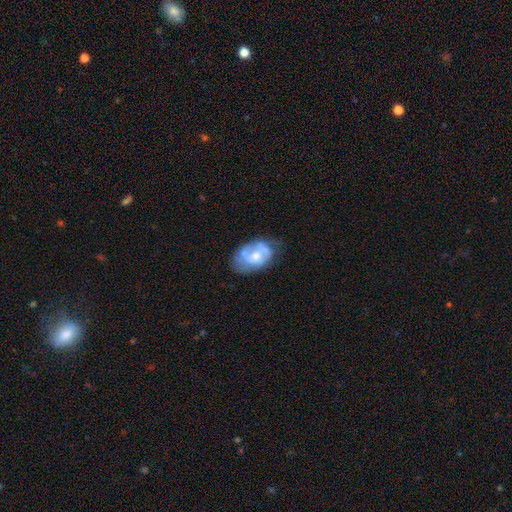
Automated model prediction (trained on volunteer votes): A featured or disk galaxy (64%) with no bar (74%), spiral arms (65%) and a moderate central bulge (50%).

Vote fractions:
- Smooth or featured? featured or disk: 64% / smooth: 30% / star or artifact: 6%
- Edge-on disk? no: 97% / yes: 3%
- Bar? no: 74% / weak: 22% / strong: 4%
- Spiral arms? yes: 65% / no: 35%
- Bulge size? moderate: 50% / small: 37% / none: 7% / large: 6% / dominant: 1%
- Merging? none: 47% / minor disturbance: 31% / major disturbance: 18% / merger: 5%